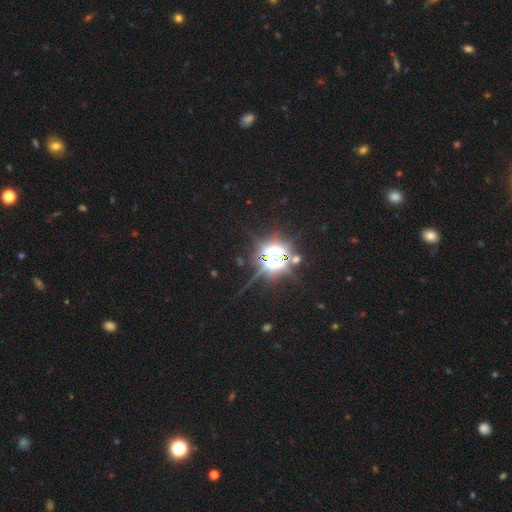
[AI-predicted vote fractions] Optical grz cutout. It shows a star or artifact, not a galaxy (83%).